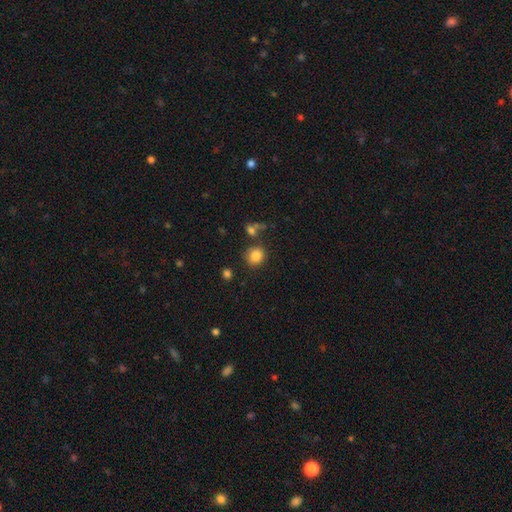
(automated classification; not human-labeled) The model was most divided on "merging": none: 76%, minor disturbance: 11%, merger: 8%, major disturbance: 4%. More confident: smooth or featured — smooth (85%); how rounded — round (82%).